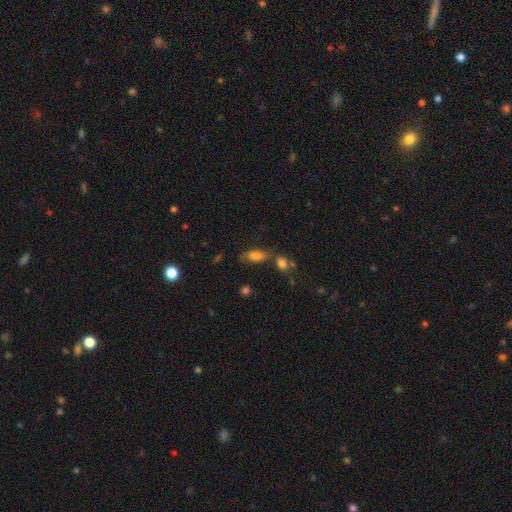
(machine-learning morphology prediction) This is likely a smooth galaxy (77%). How rounded: clearly in between (81%). Merging: possibly none (53%).